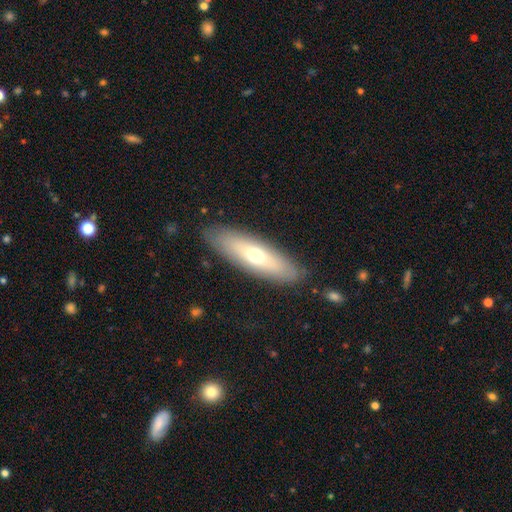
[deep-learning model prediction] The model was most divided on "how rounded": in between: 55%, cigar-shaped: 43%, round: 2%. More confident: merging — none (86%); smooth or featured — smooth (58%).